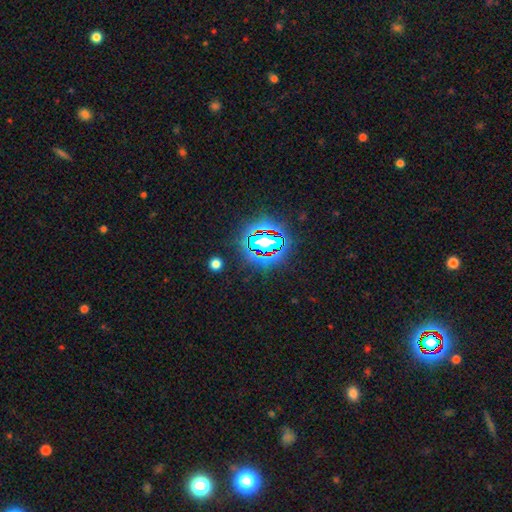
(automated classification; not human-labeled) Smooth or featured: star or artifact — 83% (smooth — 10%)